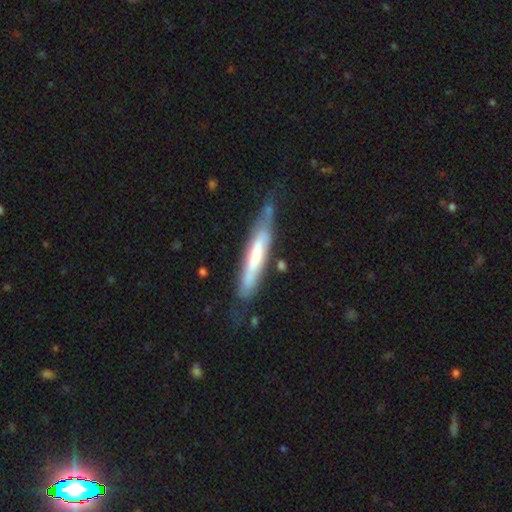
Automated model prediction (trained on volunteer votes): This is possibly a featured or disk galaxy (56%). It is likely viewed edge-on (77%). Merging: likely none (62%).